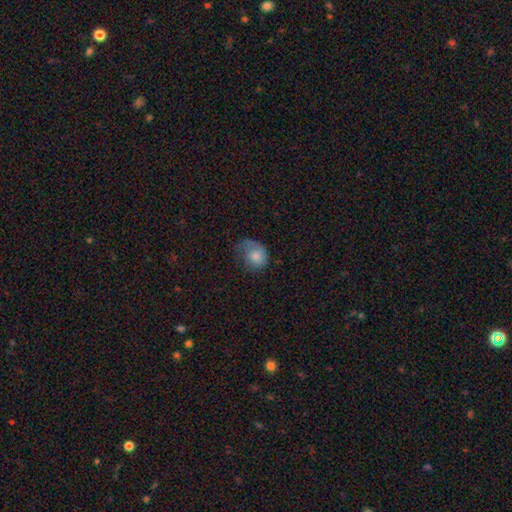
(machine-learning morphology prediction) Smooth or featured? Predicted: smooth (p=0.68). How rounded? Predicted: round (p=0.50). Merging? Predicted: major disturbance (p=0.38).